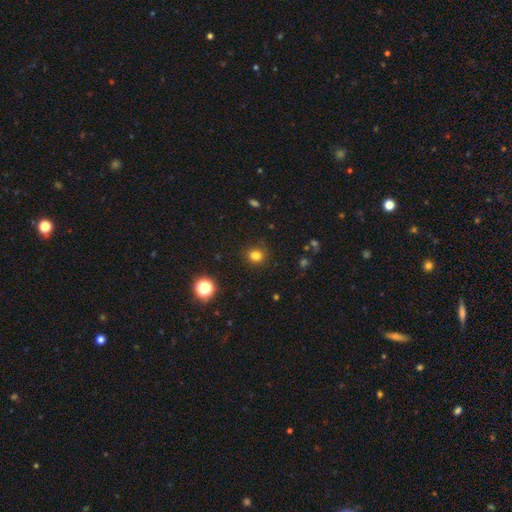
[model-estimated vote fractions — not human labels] A smooth galaxy with no disk features (80%) that is round (75%). Merging: none (84%).